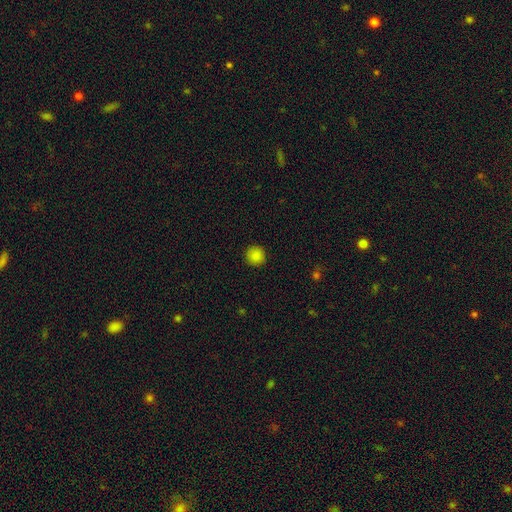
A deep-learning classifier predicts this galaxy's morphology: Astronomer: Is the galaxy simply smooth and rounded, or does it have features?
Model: smooth — 86%.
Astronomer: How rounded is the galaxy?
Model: round — 95%.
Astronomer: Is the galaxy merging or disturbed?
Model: none — 92%.